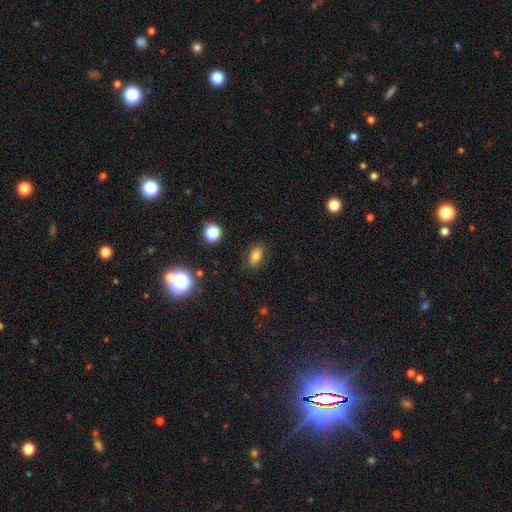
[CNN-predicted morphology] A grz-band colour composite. It shows a smooth galaxy with no disk features (72%) that is in between round and cigar-shaped (83%). Merging: none (79%).